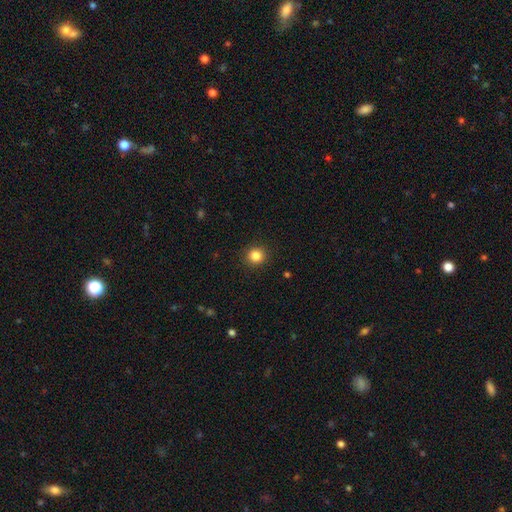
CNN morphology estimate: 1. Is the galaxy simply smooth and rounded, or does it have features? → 84% smooth, 11% star or artifact, 4% featured or disk.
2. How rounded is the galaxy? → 90% round, 9% in between, 1% cigar-shaped.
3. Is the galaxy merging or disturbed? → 91% none, 6% minor disturbance, 2% major disturbance, 1% merger.